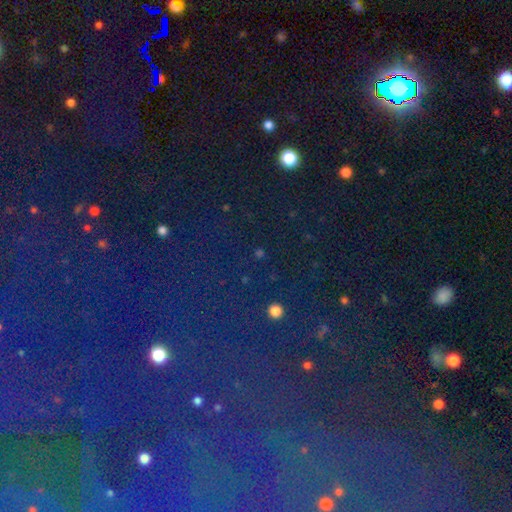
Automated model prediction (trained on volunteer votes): The model was most divided on "smooth or featured": star or artifact: 80%, smooth: 12%, featured or disk: 8%.